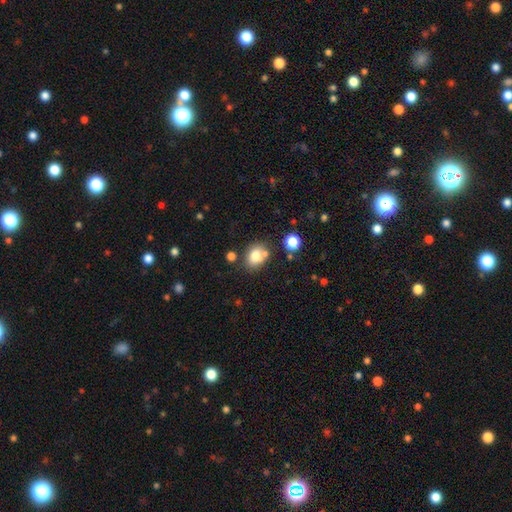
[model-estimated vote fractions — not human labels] This appears to be a smooth galaxy with no disk features (76%) that is in between round and cigar-shaped (54%). Merging: none (60%).